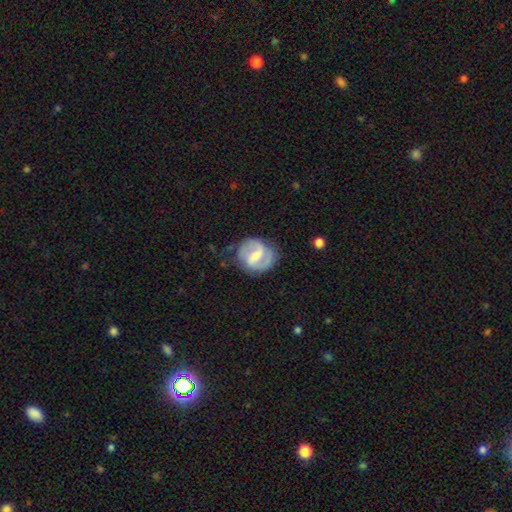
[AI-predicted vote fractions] featured or disk 78%, smooth 17%, star or artifact 5%. Down the decision tree: edge-on disk — no (98%); bar — weak (47%); spiral arms — yes (90%); spiral arm count — 2 (86%); spiral winding — medium (50%); bulge size — moderate (43%); merging — none (73%).